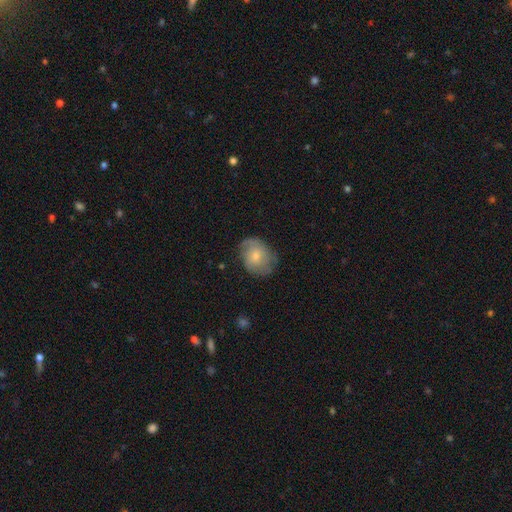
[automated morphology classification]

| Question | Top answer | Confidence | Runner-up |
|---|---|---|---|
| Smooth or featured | smooth | 57% | featured or disk (36%) |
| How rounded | round | 55% | in between (44%) |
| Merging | none | 64% | minor disturbance (26%) |